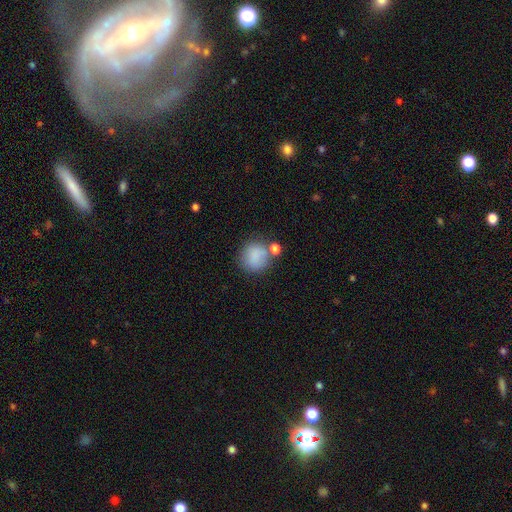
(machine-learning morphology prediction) Smooth or featured: smooth — 82% (star or artifact — 10%)
How rounded: round — 84% (in between — 15%)
Merging: none — 63% (minor disturbance — 16%)